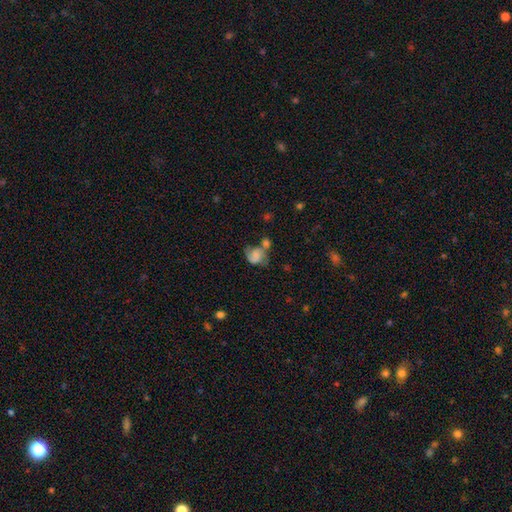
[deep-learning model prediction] Morphology: type=smooth (47%); merging=none (33%).